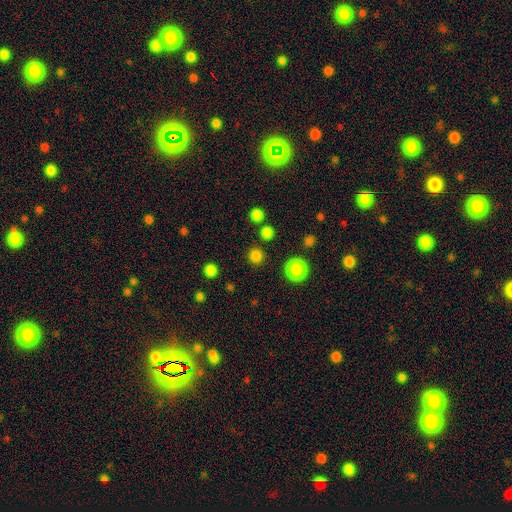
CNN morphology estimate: A smooth galaxy with no disk features (81%) that is round (93%). Merging: none (88%).